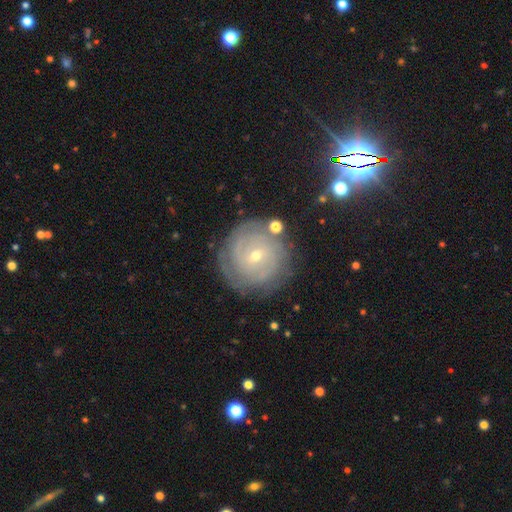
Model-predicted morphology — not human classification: Smooth or featured?
  - featured or disk: 79% *
  - smooth: 13%
  - star or artifact: 8%
Edge-on disk?
  - no: 97% *
  - yes: 3%
Bar?
  - no: 55% *
  - weak: 36%
  - strong: 8%
Spiral arms?
  - yes: 93% *
  - no: 7%
Spiral winding?
  - tight: 79% *
  - medium: 17%
  - loose: 4%
Spiral arm count?
  - can't tell: 39% *
  - 2: 21%
  - 3: 17%
  - 4: 11%
  - more than 4: 6%
  - 1: 6%
Bulge size?
  - small: 71% *
  - moderate: 26%
  - large: 1%
  - none: 1%
  - dominant: 1%
Merging?
  - none: 80% *
  - minor disturbance: 13%
  - major disturbance: 5%
  - merger: 3%